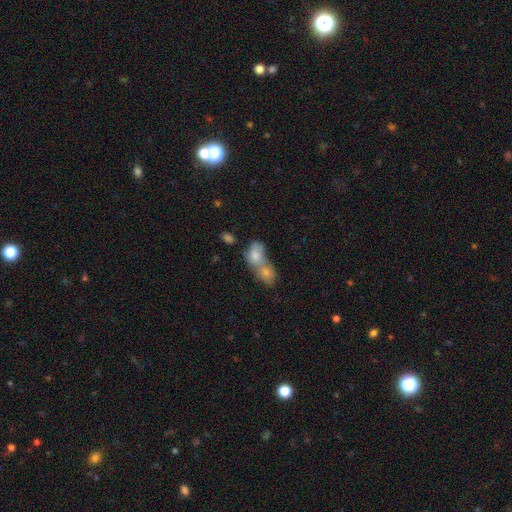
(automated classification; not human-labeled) A smooth galaxy with no disk features (72%) that is in between round and cigar-shaped (71%). Merging: merger (77%).